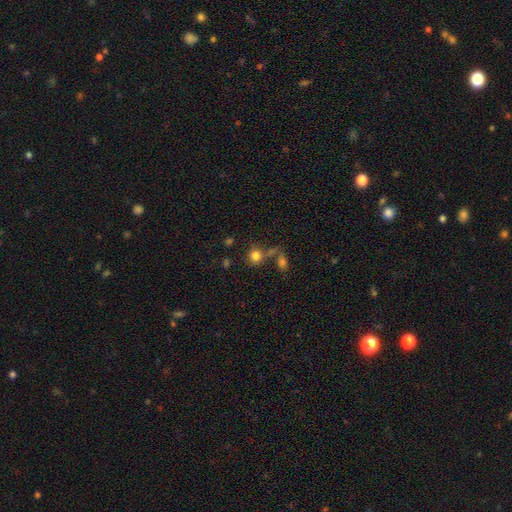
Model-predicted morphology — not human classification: This appears to be a smooth galaxy with no disk features (79%) that is round (81%). Merging: none (56%).